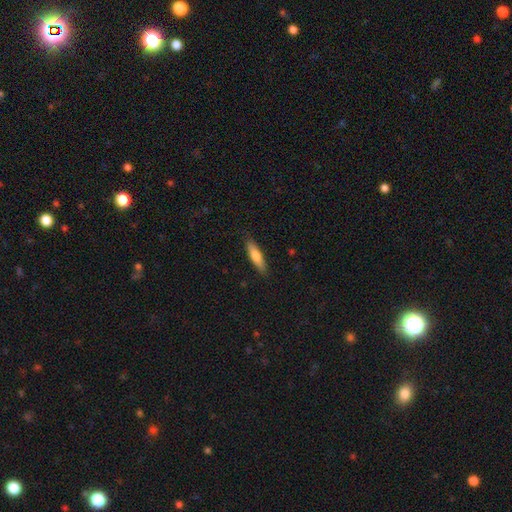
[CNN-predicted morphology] A smooth galaxy with no disk features (72%) that is cigar-shaped (71%). Merging: none (86%).